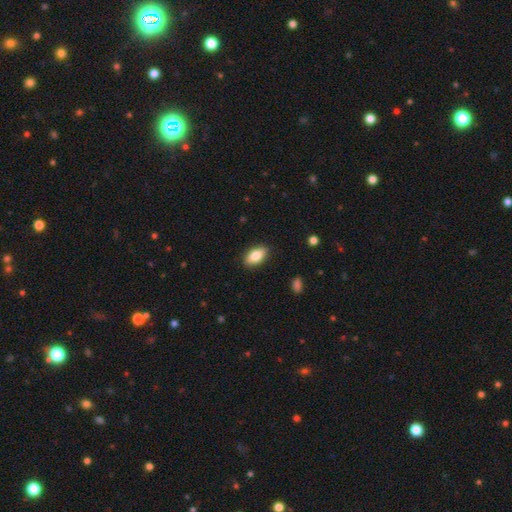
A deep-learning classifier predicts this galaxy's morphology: smooth 82%, featured or disk 11%, star or artifact 7%. Down the decision tree: how rounded — in between (90%); merging — none (88%).